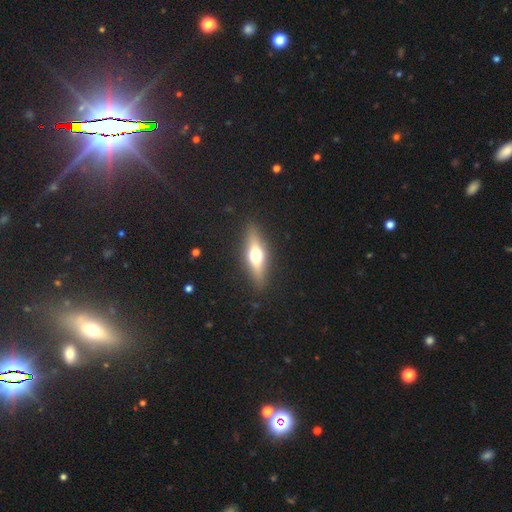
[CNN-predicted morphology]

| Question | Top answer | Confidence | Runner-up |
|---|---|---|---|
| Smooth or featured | featured or disk | 51% | smooth (42%) |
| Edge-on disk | yes | 89% | no (11%) |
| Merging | none | 89% | minor disturbance (8%) |